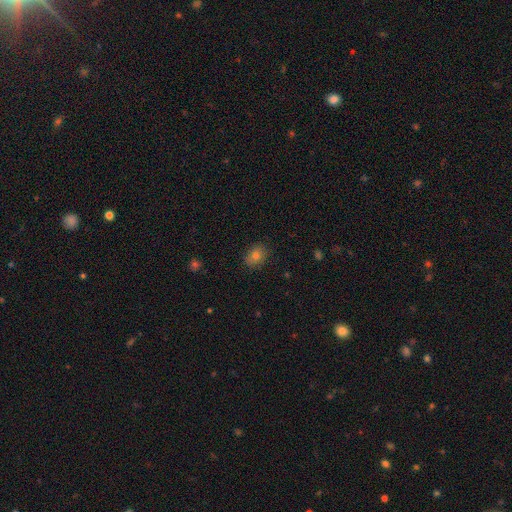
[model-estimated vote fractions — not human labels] This appears to be a smooth galaxy with no disk features (77%) that is in between round and cigar-shaped (60%). Merging: none (86%).